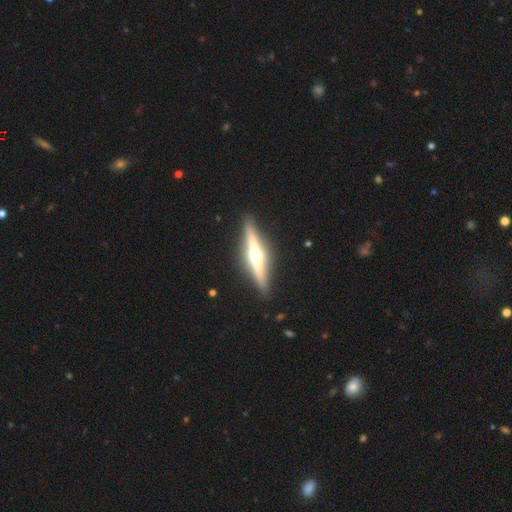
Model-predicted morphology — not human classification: This appears to be a featured or disk galaxy (76%) viewed edge-on (97%) with a rounded central bulge (95%). Merging: none (90%).